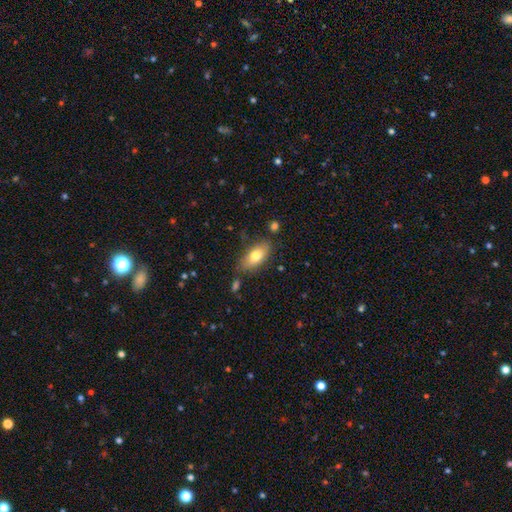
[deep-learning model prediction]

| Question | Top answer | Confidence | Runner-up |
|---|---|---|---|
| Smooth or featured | smooth | 76% | featured or disk (18%) |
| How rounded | in between | 87% | cigar-shaped (10%) |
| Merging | none | 76% | minor disturbance (16%) |